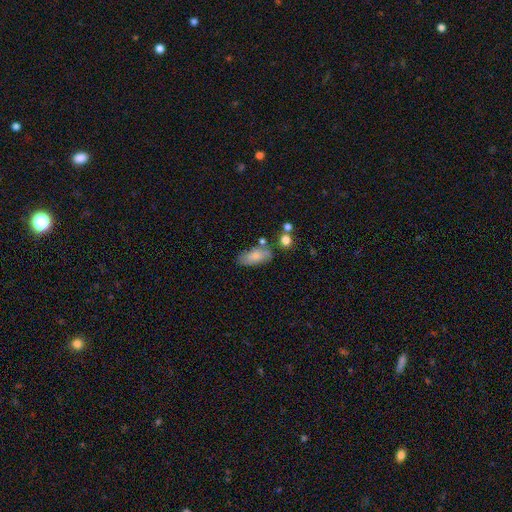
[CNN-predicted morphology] A smooth galaxy with no disk features (75%) that is in between round and cigar-shaped (87%). Merging: none (60%).